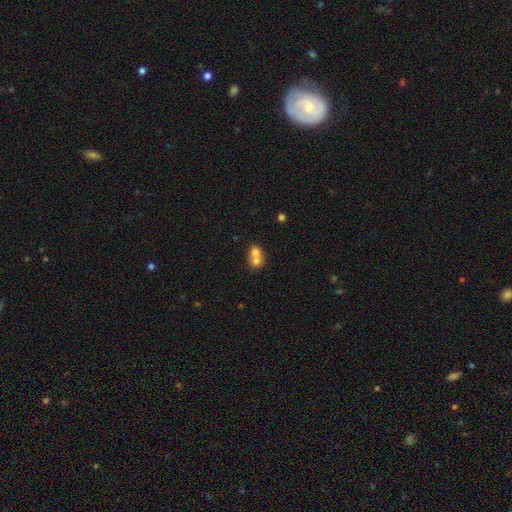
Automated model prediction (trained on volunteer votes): smooth_or_featured: smooth (p=0.69) [alt: featured or disk p=0.21]
how_rounded: round (p=0.61) [alt: in between p=0.38]
merging: merger (p=0.72) [alt: none p=0.21]